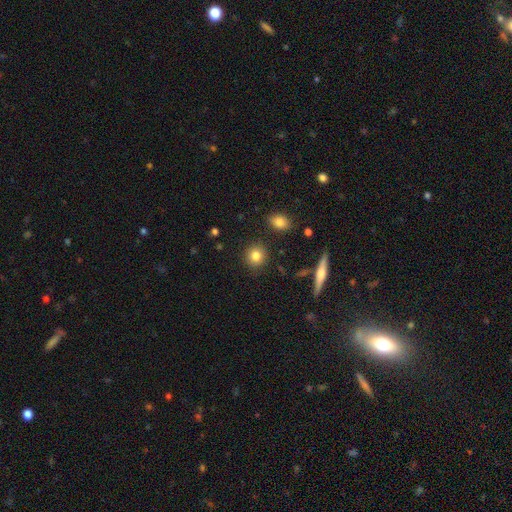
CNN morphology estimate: The model was most divided on "smooth or featured": smooth: 82%, star or artifact: 10%, featured or disk: 9%. More confident: merging — none (89%); how rounded — round (87%).